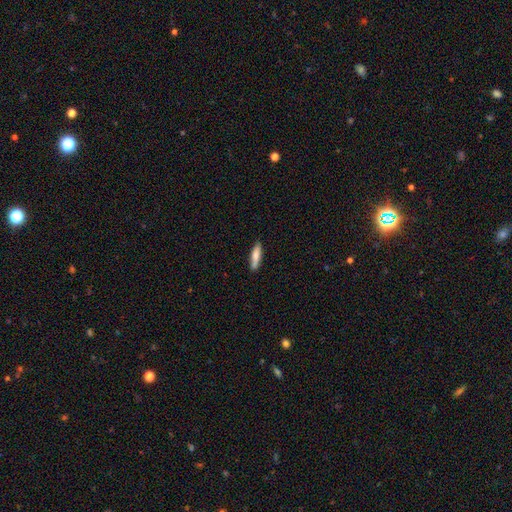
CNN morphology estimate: A smooth galaxy with no disk features (78%) that is cigar-shaped (74%). Merging: none (82%).